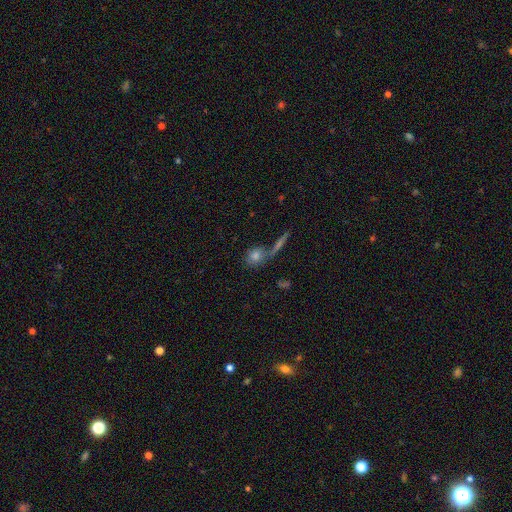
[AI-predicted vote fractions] smooth 54%, featured or disk 24%, star or artifact 22%. Down the decision tree: how rounded — round (69%); merging — none (52%).